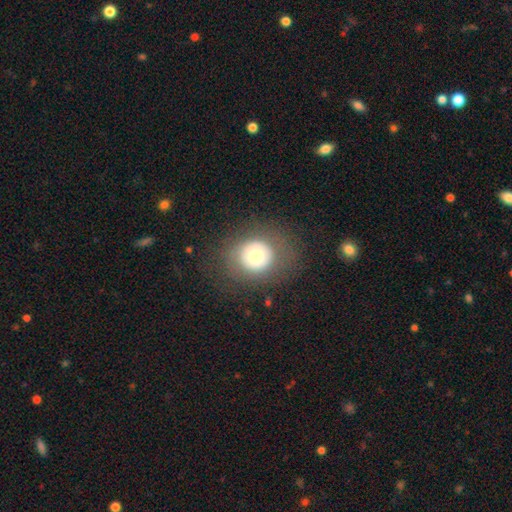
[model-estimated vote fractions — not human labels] smooth 57%, featured or disk 33%, star or artifact 10%. Down the decision tree: how rounded — round (84%); merging — none (79%).